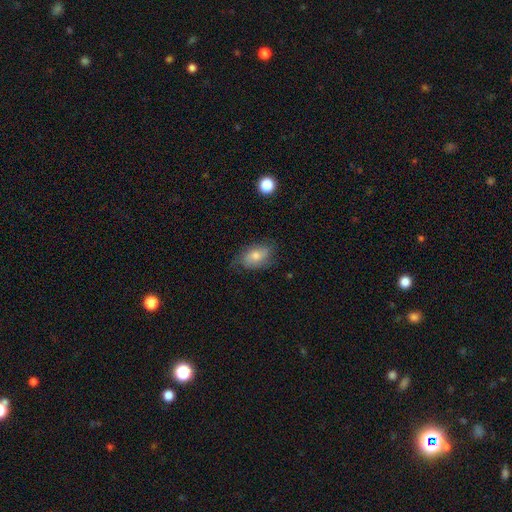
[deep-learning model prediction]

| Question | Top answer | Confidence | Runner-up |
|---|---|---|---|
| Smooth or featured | smooth | 52% | featured or disk (39%) |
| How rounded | in between | 86% | round (12%) |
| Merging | none | 65% | minor disturbance (25%) |